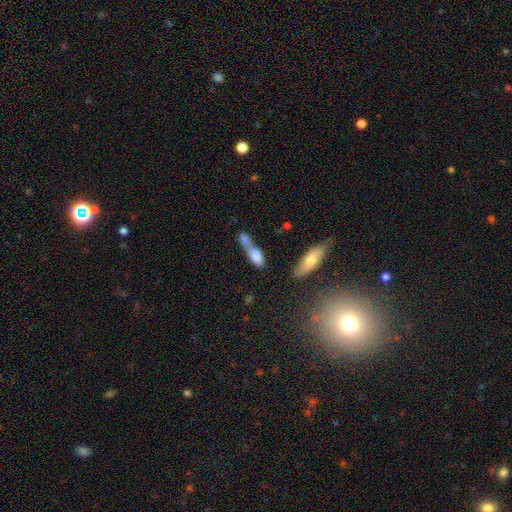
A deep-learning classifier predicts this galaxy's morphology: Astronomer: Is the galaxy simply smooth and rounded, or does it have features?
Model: smooth — 74%.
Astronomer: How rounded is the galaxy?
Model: in between — 63%.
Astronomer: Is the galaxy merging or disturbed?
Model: merger — 68%.